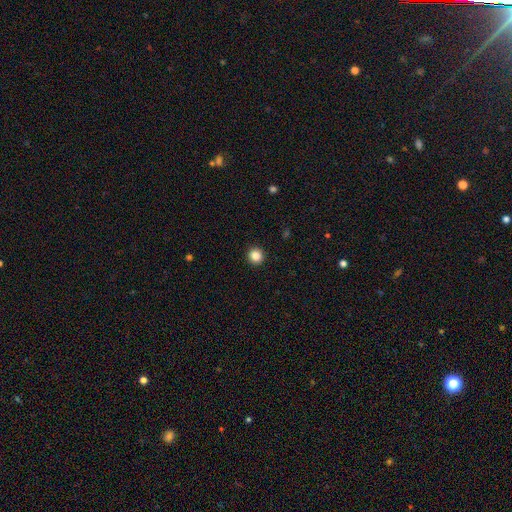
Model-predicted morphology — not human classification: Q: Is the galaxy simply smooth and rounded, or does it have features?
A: smooth — 85%.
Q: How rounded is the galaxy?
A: round — 94%.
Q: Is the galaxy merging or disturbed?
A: none — 93%.